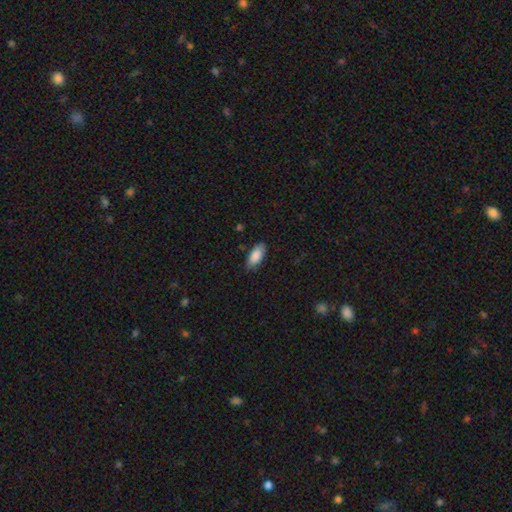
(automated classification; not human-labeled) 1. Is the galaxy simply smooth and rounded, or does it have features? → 88% smooth, 6% featured or disk, 6% star or artifact.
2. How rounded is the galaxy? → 87% in between, 11% cigar-shaped, 2% round.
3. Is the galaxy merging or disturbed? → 81% none, 15% minor disturbance, 3% major disturbance, 1% merger.